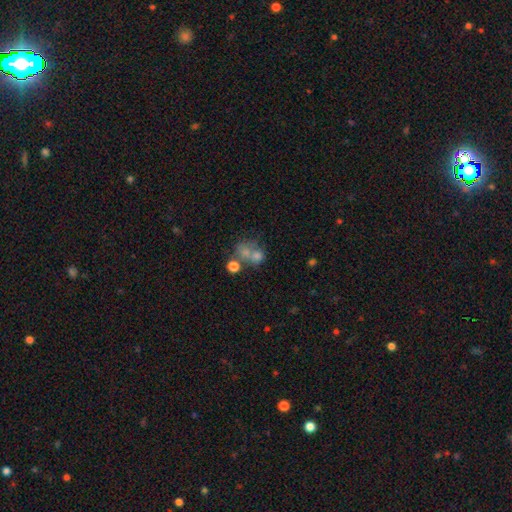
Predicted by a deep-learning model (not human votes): Morphology: type=smooth (59%); roundness=round (66%); merging=merger (51%).